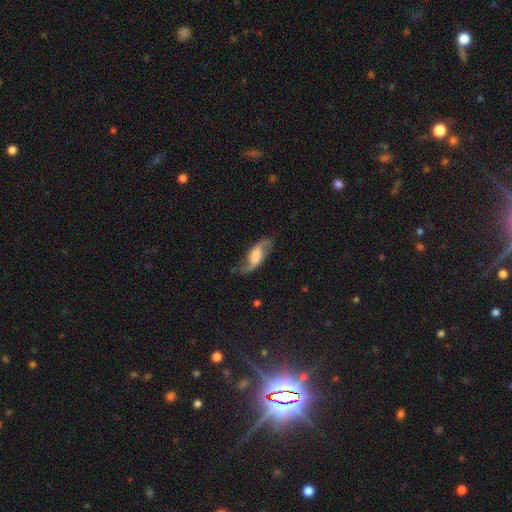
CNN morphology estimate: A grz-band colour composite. It shows a featured or disk galaxy (74%) with no bar (41%), 2 (90%) loose (70%) spiral arms (93%) and a large central bulge (35%). Merging: none (70%).